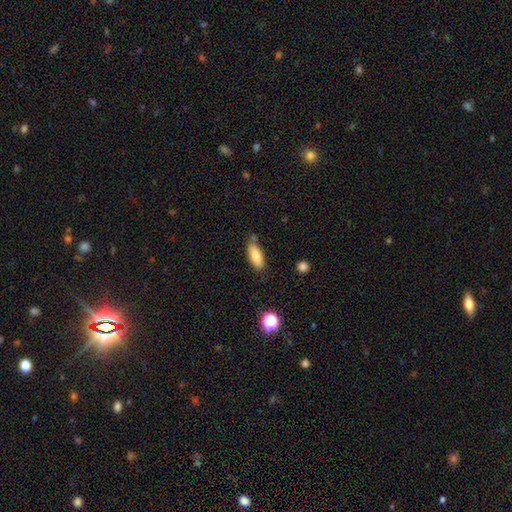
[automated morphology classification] This is clearly a smooth galaxy (81%). How rounded: likely in between (80%). Merging: likely none (74%).